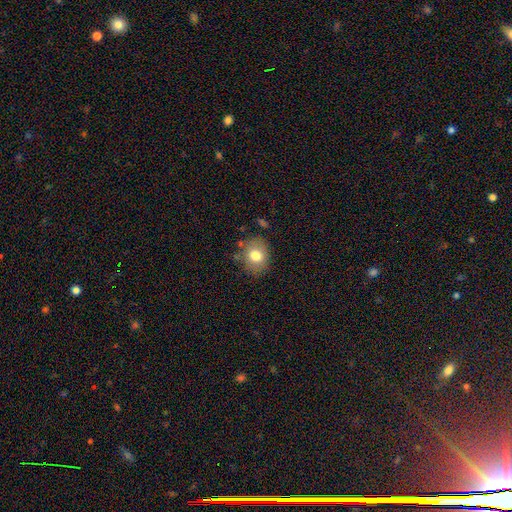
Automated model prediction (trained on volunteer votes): Smooth or featured? Predicted: smooth (p=0.77). How rounded? Predicted: round (p=0.57). Merging? Predicted: none (p=0.77).